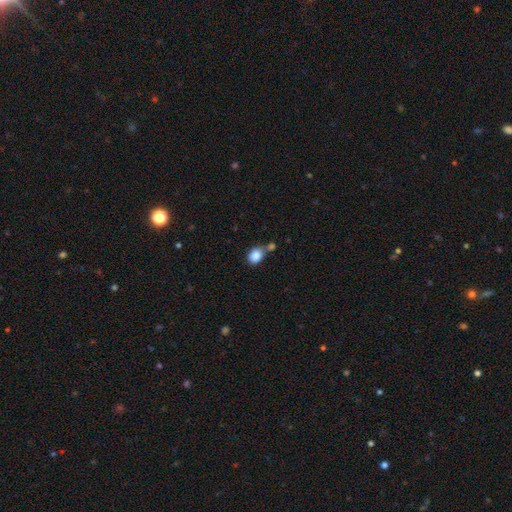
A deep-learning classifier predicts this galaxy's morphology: The model was most divided on "how rounded": in between: 51%, round: 48%, cigar-shaped: 1%. More confident: smooth or featured — smooth (86%); merging — none (53%).